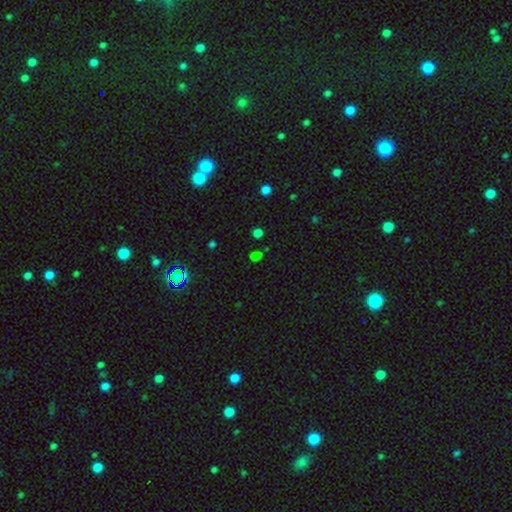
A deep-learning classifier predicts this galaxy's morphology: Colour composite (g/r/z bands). It shows a smooth galaxy with no disk features (50%) that is round (59%). Merging: none (70%).